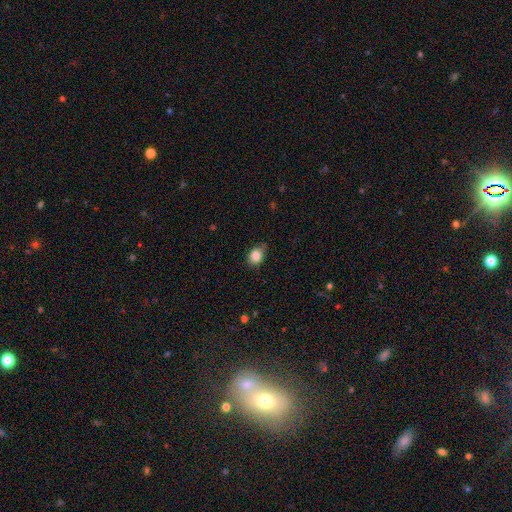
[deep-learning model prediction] A smooth galaxy with no disk features (84%) that is in between round and cigar-shaped (63%).

Vote fractions:
- Smooth or featured? smooth: 84% / star or artifact: 9% / featured or disk: 7%
- How rounded? in between: 63% / round: 36% / cigar-shaped: 1%
- Merging? none: 66% / minor disturbance: 27% / major disturbance: 5% / merger: 2%